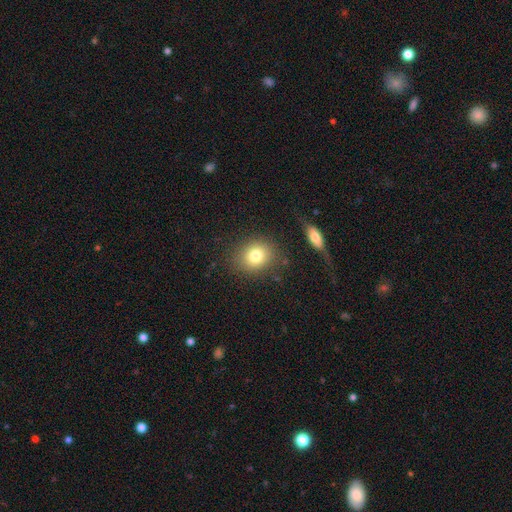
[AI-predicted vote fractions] A smooth galaxy with no disk features (79%) that is round (65%).

Vote fractions:
- Smooth or featured? smooth: 79% / star or artifact: 11% / featured or disk: 10%
- How rounded? round: 65% / in between: 34% / cigar-shaped: 1%
- Merging? none: 80% / minor disturbance: 11% / major disturbance: 4% / merger: 4%